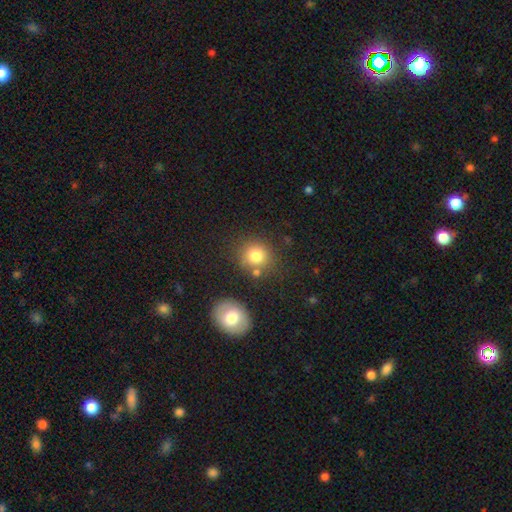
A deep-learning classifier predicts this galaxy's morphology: The model was most divided on "merging": none: 72%, merger: 13%, minor disturbance: 11%, major disturbance: 4%. More confident: how rounded — round (87%); smooth or featured — smooth (81%).